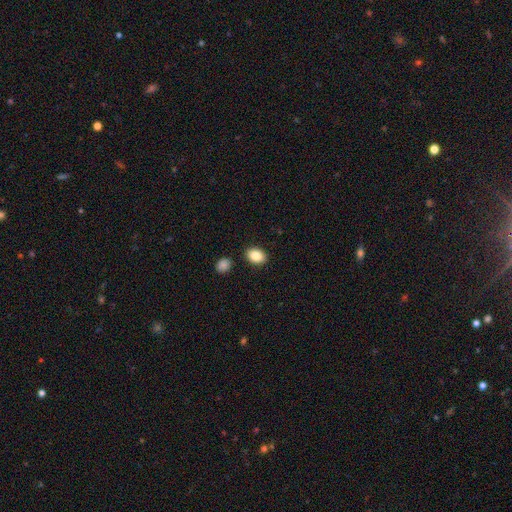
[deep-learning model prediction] This appears to be a smooth galaxy with no disk features (87%) that is in between round and cigar-shaped (80%). Merging: none (86%).